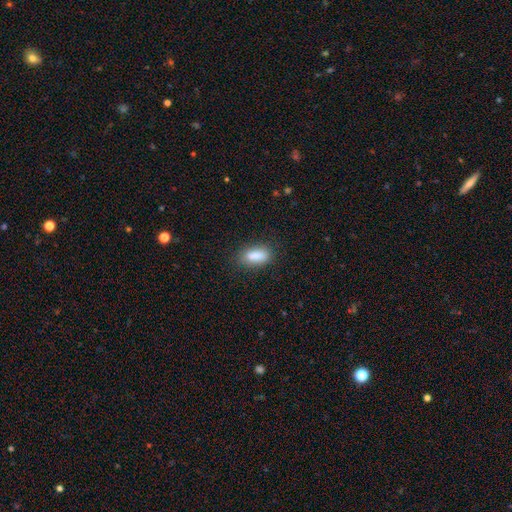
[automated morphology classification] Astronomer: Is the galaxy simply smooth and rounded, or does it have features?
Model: smooth — 85%.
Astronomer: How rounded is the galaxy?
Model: in between — 79%.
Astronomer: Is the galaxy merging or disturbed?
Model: none — 79%.